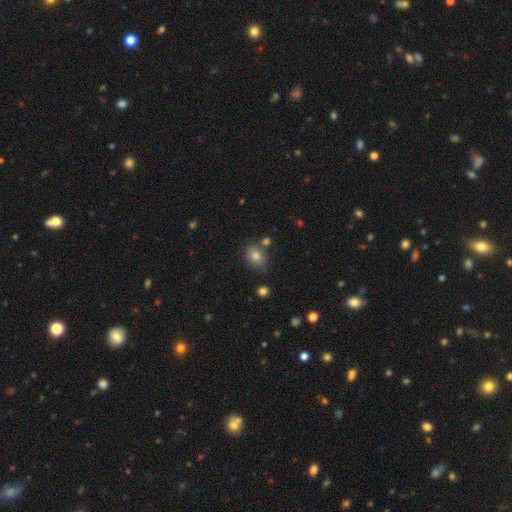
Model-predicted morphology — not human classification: Smooth or featured? Predicted: smooth (p=0.80). How rounded? Predicted: in between (p=0.68). Merging? Predicted: none (p=0.75).